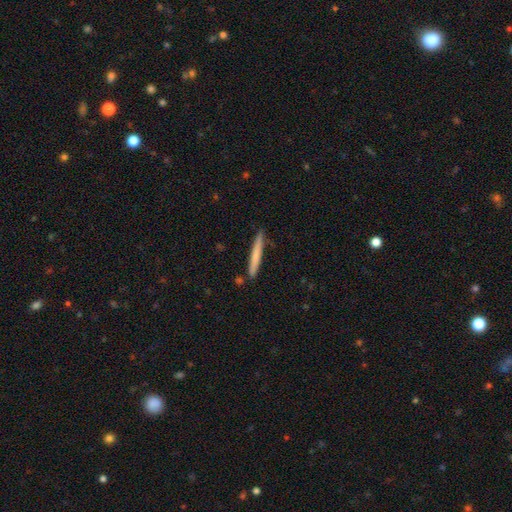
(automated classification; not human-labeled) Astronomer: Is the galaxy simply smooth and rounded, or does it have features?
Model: smooth — 69%.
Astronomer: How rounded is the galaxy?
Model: cigar-shaped — 96%.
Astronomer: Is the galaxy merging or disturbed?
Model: none — 85%.